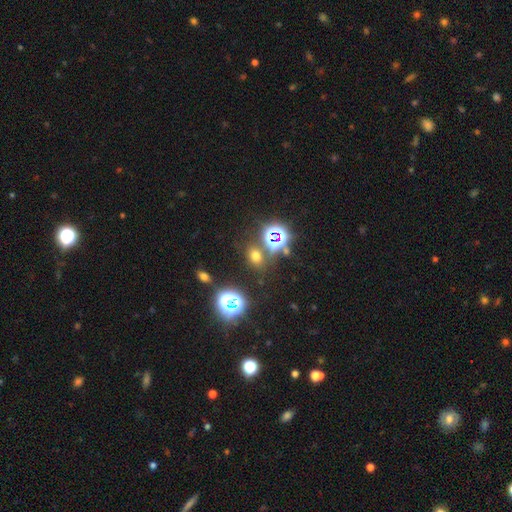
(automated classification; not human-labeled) Smooth or featured: smooth — 55% (star or artifact — 37%)
How rounded: in between — 55% (round — 43%)
Merging: none — 77% (minor disturbance — 10%)